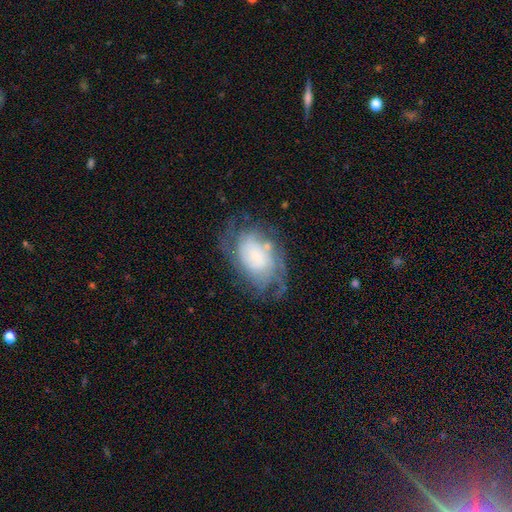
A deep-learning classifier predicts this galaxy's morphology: type=featured or disk (70%); edge-on=no (96%); bar=no (72%); spiral arms=yes (88%); winding=tight (53%); arm count=can't tell (44%); bulge=small (35%); merging=none (60%).